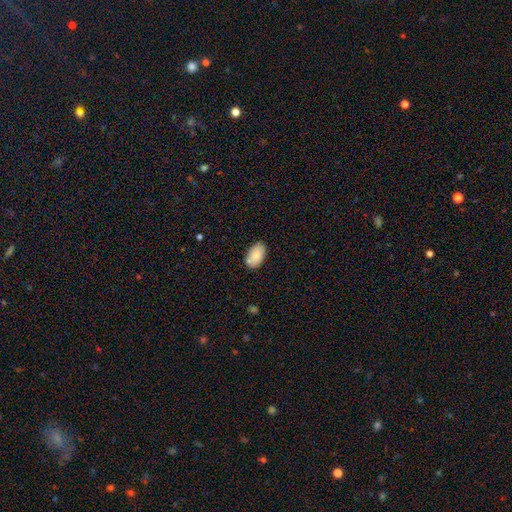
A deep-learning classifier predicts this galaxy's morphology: Smooth or featured? smooth (82%)
How rounded? in between (94%)
Merging? none (76%)